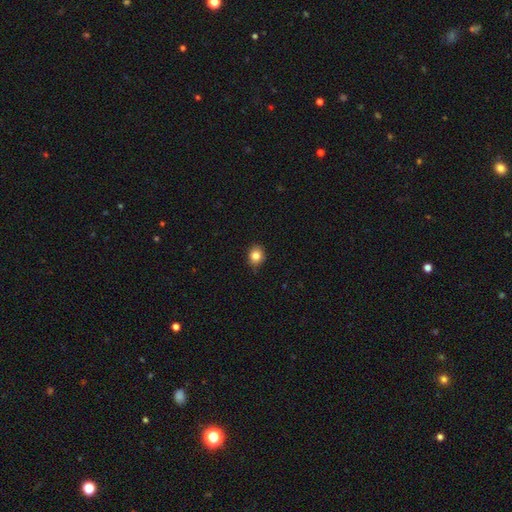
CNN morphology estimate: This appears to be a smooth galaxy with no disk features (83%) that is round (71%). Merging: none (83%).